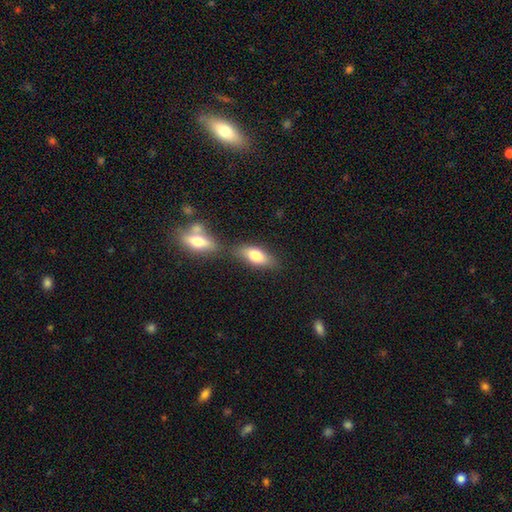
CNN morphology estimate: Smooth or featured? smooth (77%)
How rounded? in between (82%)
Merging? none (57%)